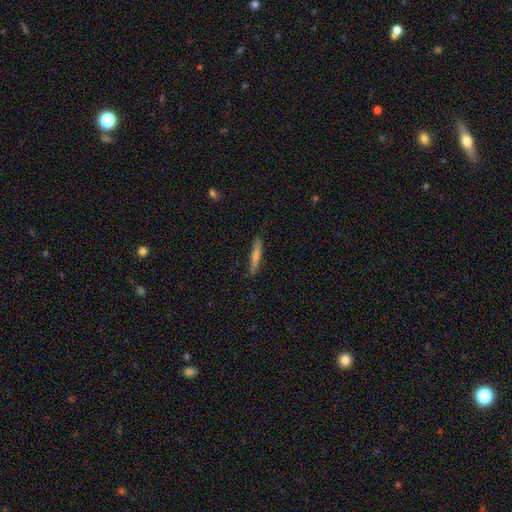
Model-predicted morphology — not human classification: smooth-or-featured: featured or disk: 49% | smooth: 45% | star or artifact: 7%
  merging: none: 85% | minor disturbance: 11% | major disturbance: 2% | merger: 1%